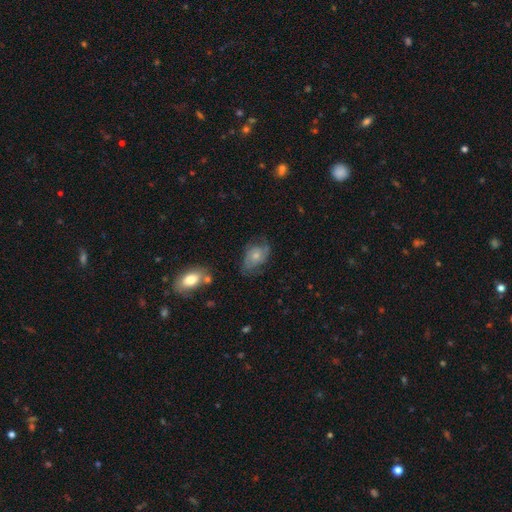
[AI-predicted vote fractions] Morphology: type=featured or disk (46%, tied with smooth); merging=none (50%).